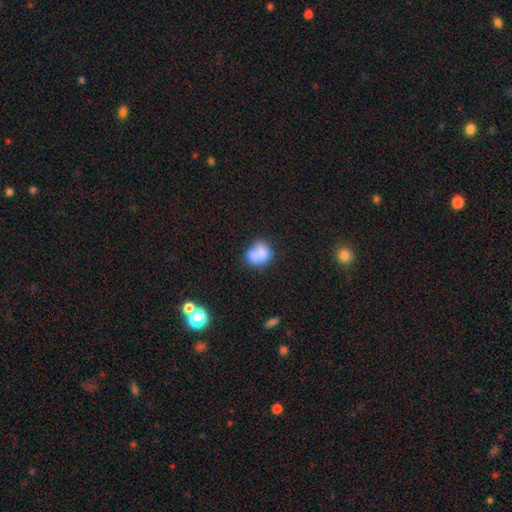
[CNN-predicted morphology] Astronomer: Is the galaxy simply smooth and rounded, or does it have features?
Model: smooth — 75%.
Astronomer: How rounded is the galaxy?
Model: round — 61% (runner-up: in between, 38%).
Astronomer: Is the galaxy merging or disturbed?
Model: none — 40% (runner-up: merger, 33%).